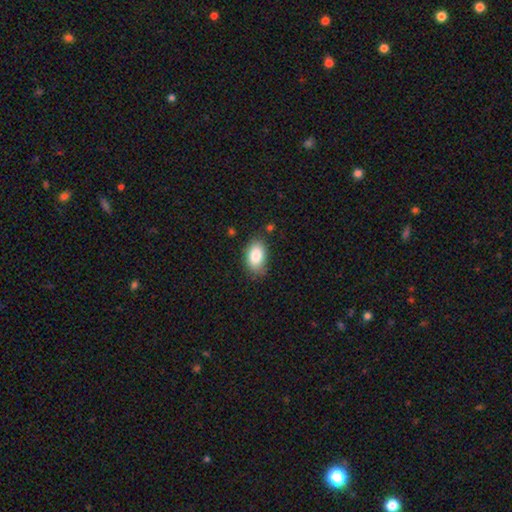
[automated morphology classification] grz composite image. It shows a smooth galaxy with no disk features (85%) that is in between round and cigar-shaped (92%). Merging: none (77%).